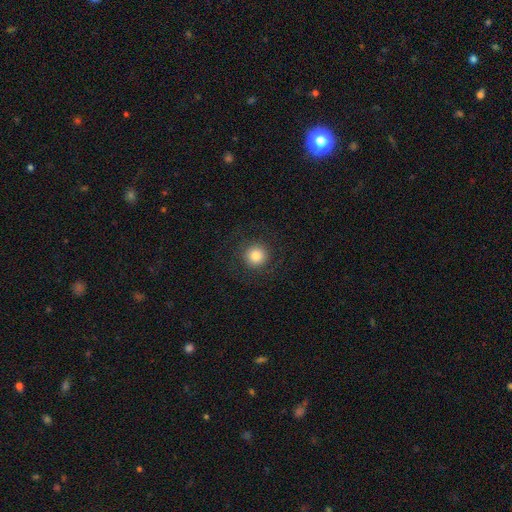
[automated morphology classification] Smooth or featured? Predicted: smooth (p=0.82). How rounded? Predicted: round (p=0.95). Merging? Predicted: none (p=0.87).